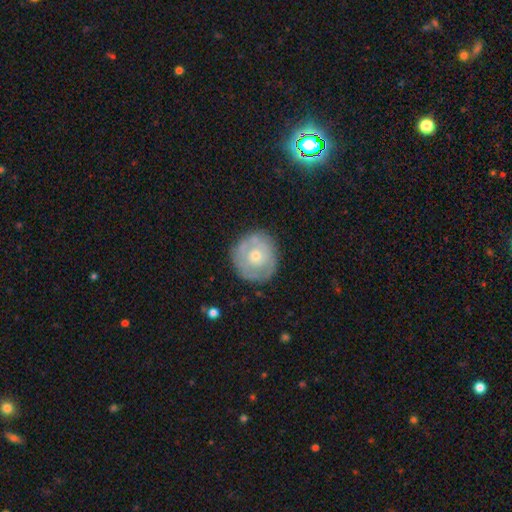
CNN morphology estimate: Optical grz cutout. It shows a featured or disk galaxy (55%) with no bar (87%), no spiral arms (56%) and a moderate central bulge (49%). Merging: none (77%).